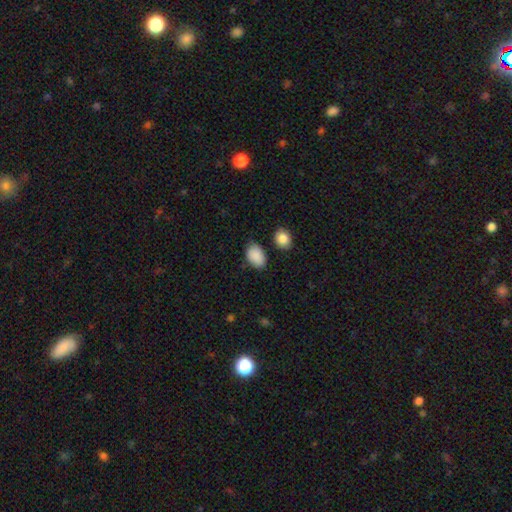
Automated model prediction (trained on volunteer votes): The model was most divided on "merging": none: 75%, minor disturbance: 17%, merger: 4%, major disturbance: 4%. More confident: smooth or featured — smooth (89%); how rounded — in between (86%).